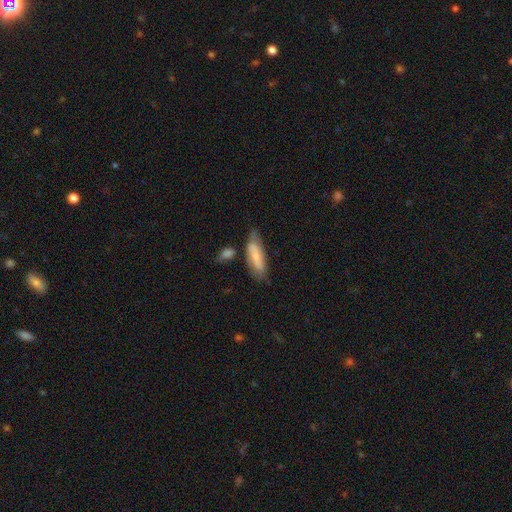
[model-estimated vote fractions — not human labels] The model was most divided on "how rounded": in between: 54%, cigar-shaped: 44%, round: 2%. More confident: smooth or featured — smooth (65%); merging — none (55%).